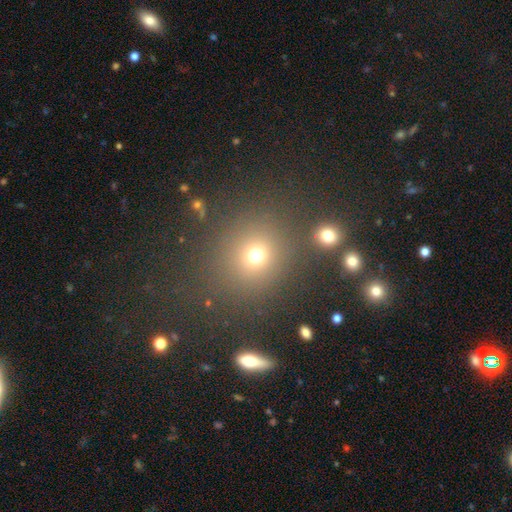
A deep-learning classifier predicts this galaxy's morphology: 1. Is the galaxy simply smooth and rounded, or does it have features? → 69% smooth, 22% star or artifact, 9% featured or disk.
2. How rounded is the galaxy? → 79% round, 20% in between, 1% cigar-shaped.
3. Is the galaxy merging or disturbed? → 77% none, 10% minor disturbance, 8% merger, 5% major disturbance.